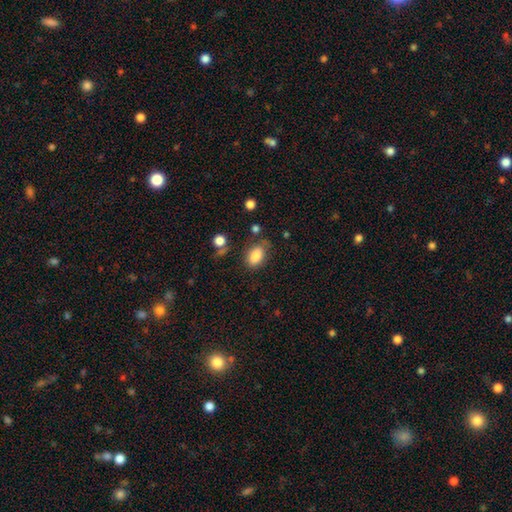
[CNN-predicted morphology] This appears to be a smooth galaxy with no disk features (84%) that is in between round and cigar-shaped (89%). Merging: none (65%).